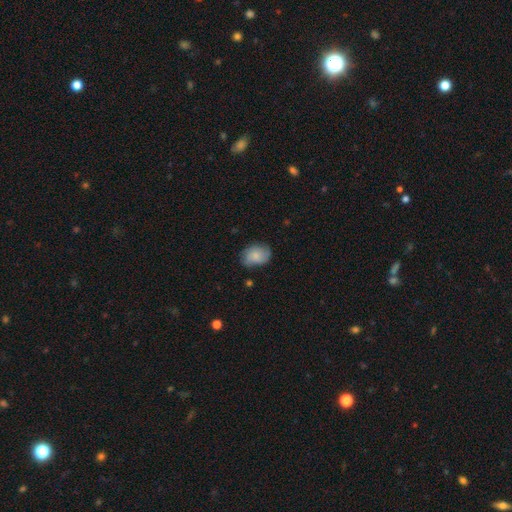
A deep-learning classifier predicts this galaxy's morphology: Smooth or featured: smooth — 73% (featured or disk — 20%)
How rounded: in between — 63% (round — 35%)
Merging: none — 65% (minor disturbance — 27%)